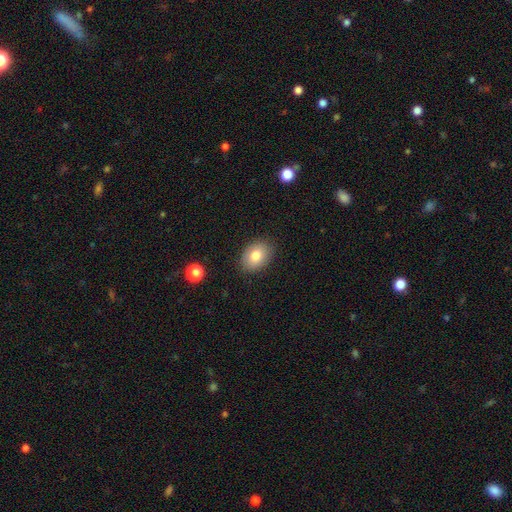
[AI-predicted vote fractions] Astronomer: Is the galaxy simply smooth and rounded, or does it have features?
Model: smooth — 80%.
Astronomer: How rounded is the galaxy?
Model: in between — 73%.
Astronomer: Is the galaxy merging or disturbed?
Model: none — 86%.